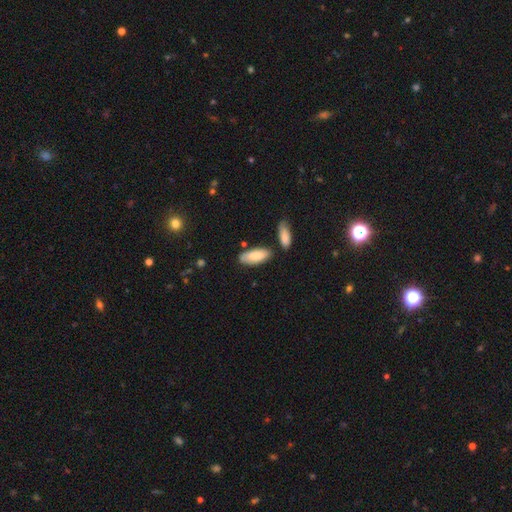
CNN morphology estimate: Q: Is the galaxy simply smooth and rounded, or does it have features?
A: smooth — 82%.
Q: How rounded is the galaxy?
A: in between — 80%.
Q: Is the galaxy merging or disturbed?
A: none — 70%.